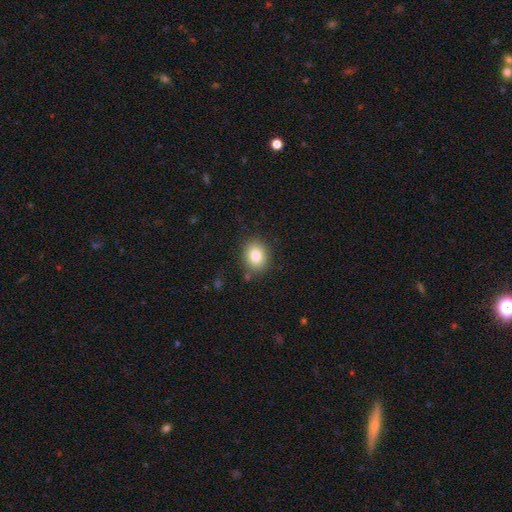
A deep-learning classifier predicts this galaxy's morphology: Overall: smooth (83%). How rounded: in between (52%; round 47%). Merging: none (84%).